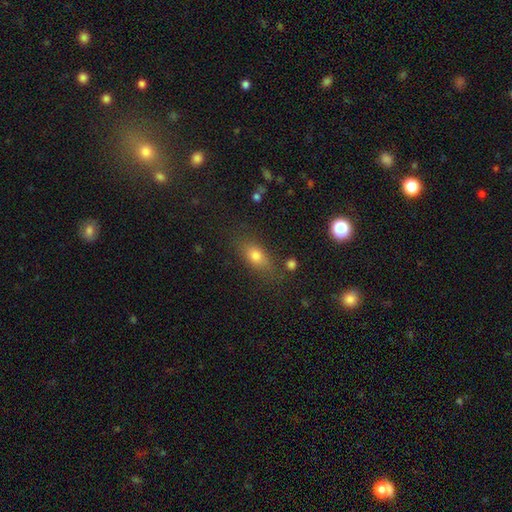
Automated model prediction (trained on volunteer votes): Smooth or featured? smooth (73%)
How rounded? in between (72%)
Merging? none (75%)